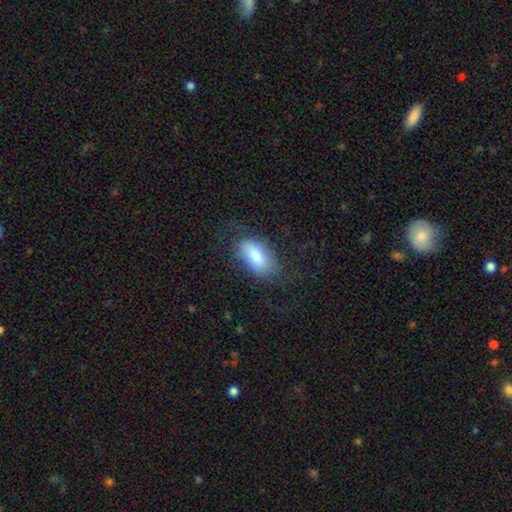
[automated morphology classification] The model was most divided on "merging": none: 61%, minor disturbance: 20%, major disturbance: 17%, merger: 2%. More confident: how rounded — in between (92%); smooth or featured — smooth (76%).